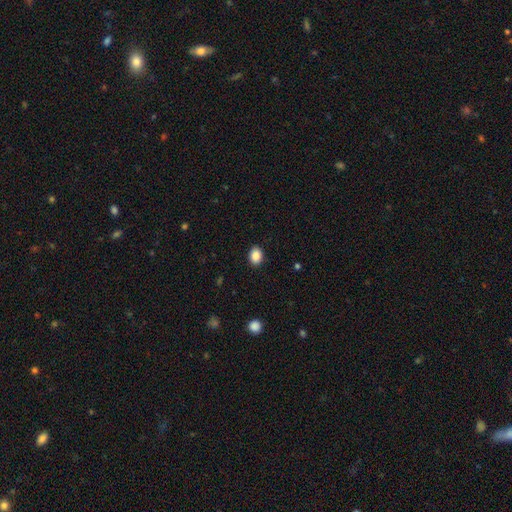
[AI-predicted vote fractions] Smooth or featured: smooth — 88% (star or artifact — 9%)
How rounded: in between — 61% (round — 38%)
Merging: none — 90% (minor disturbance — 7%)